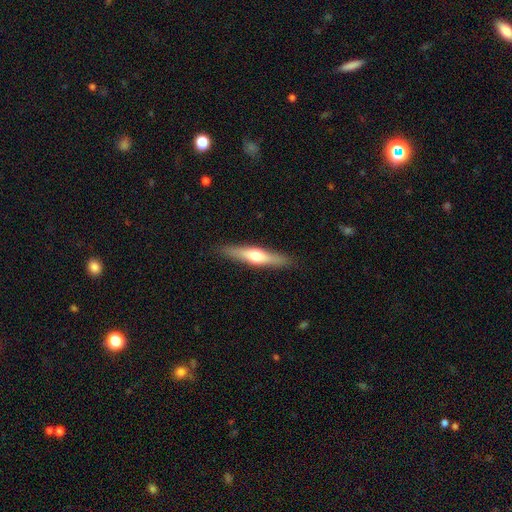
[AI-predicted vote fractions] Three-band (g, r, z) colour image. It shows a featured or disk galaxy (55%) viewed edge-on (94%) with a rounded central bulge (93%). Merging: none (90%).